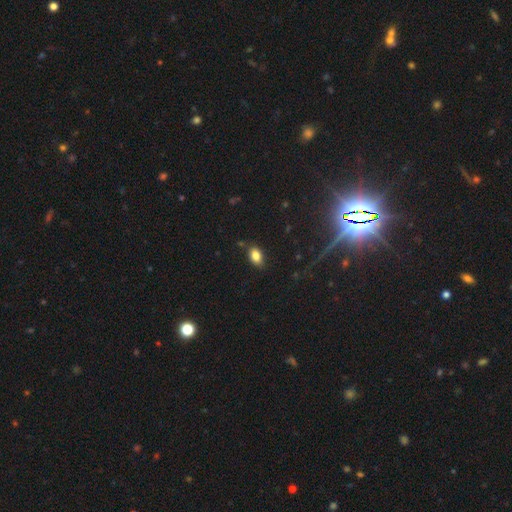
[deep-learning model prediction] smooth 82%, star or artifact 10%, featured or disk 8%. Down the decision tree: how rounded — in between (87%); merging — none (81%).